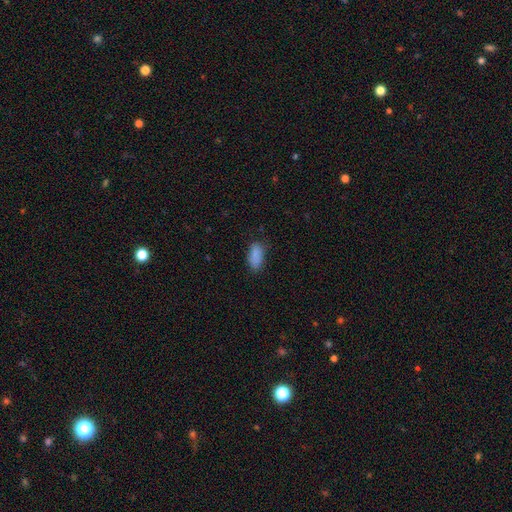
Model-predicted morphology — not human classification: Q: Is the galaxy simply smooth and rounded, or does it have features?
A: smooth — 87%.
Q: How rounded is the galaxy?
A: in between — 89%.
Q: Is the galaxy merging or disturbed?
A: none — 78%.